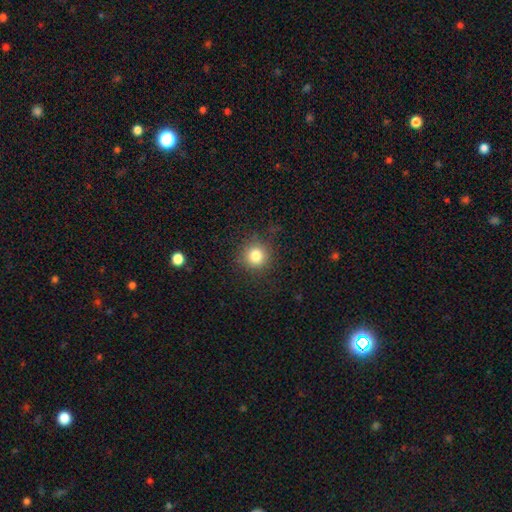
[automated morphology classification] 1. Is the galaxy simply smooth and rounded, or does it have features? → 81% smooth, 12% star or artifact, 6% featured or disk.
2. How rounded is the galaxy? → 93% round, 6% in between, 1% cigar-shaped.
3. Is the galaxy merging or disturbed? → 88% none, 8% minor disturbance, 3% major disturbance, 1% merger.